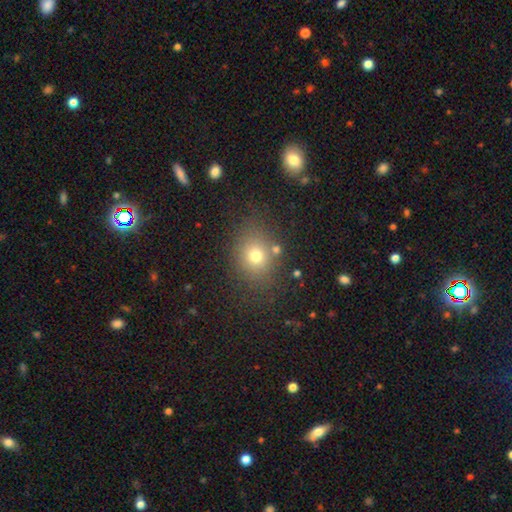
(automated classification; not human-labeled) A smooth galaxy with no disk features (72%) that is round (56%). Merging: none (77%).